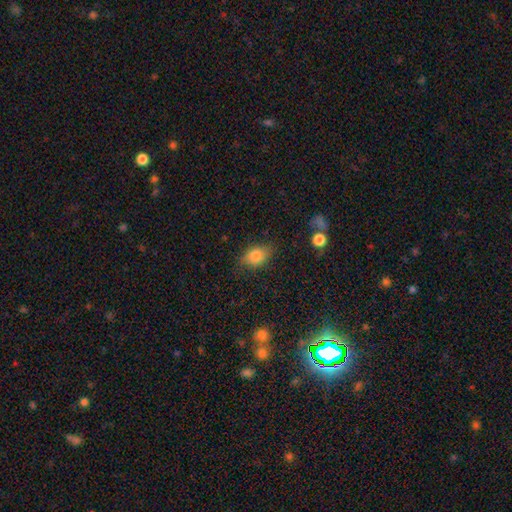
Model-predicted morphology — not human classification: This is likely a smooth galaxy (79%). How rounded: clearly in between (82%). Merging: likely none (76%).